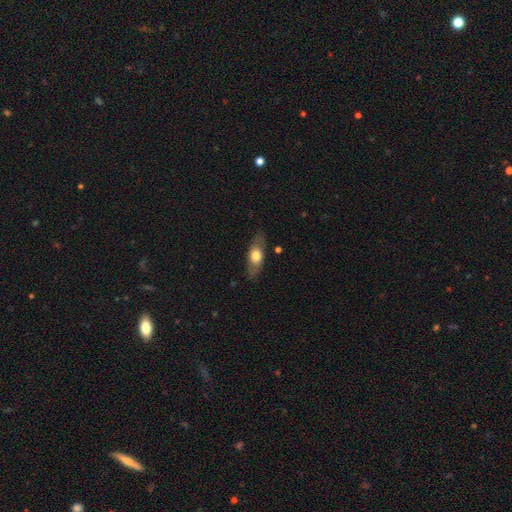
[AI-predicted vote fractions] Smooth or featured: smooth — 56% (featured or disk — 38%)
How rounded: in between — 75% (cigar-shaped — 20%)
Merging: none — 81% (minor disturbance — 14%)